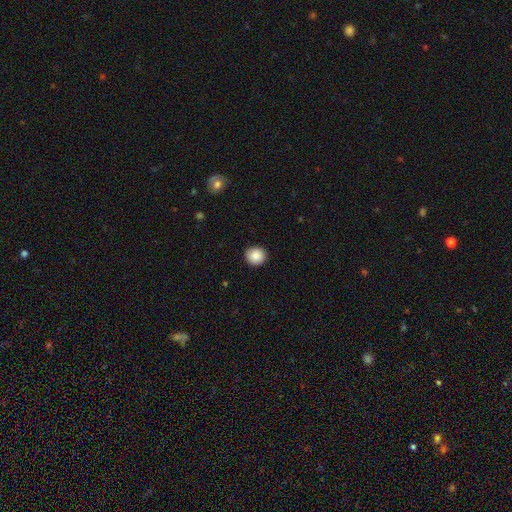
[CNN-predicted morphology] smooth-or-featured: smooth: 87% | star or artifact: 8% | featured or disk: 5%
  how-rounded: round: 87% | in between: 12% | cigar-shaped: 1%
  merging: none: 89% | minor disturbance: 8% | major disturbance: 2% | merger: 1%